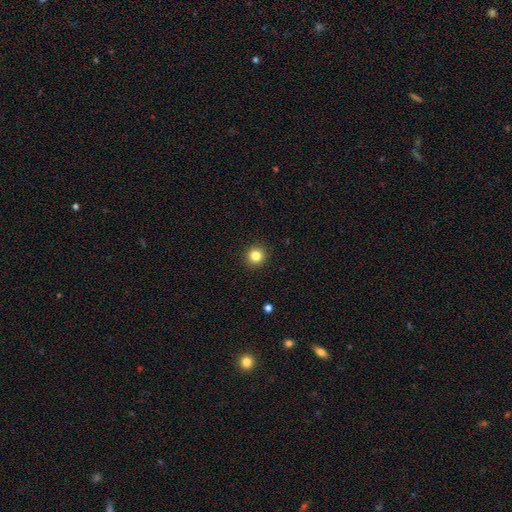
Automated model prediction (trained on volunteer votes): This appears to be a smooth galaxy with no disk features (83%) that is round (94%). Merging: none (93%).